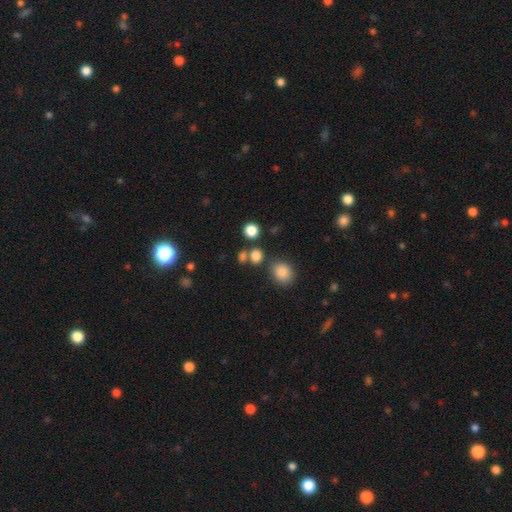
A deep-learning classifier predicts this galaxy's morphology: Smooth or featured?
  - smooth: 79% *
  - star or artifact: 16%
  - featured or disk: 6%
How rounded?
  - round: 76% *
  - in between: 22%
  - cigar-shaped: 1%
Merging?
  - none: 64% *
  - merger: 23%
  - minor disturbance: 9%
  - major disturbance: 4%